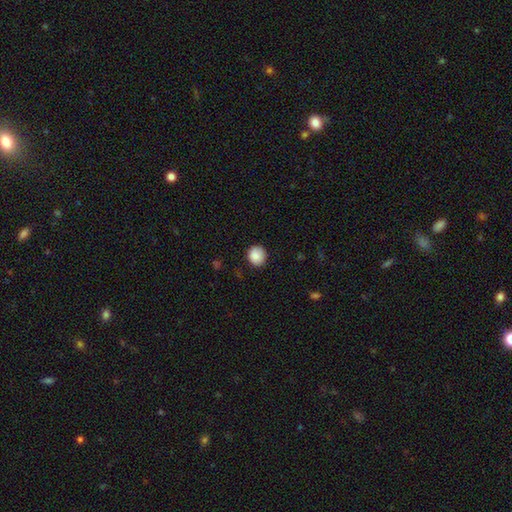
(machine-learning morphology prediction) This appears to be a smooth galaxy with no disk features (88%) that is round (87%). Merging: none (86%).